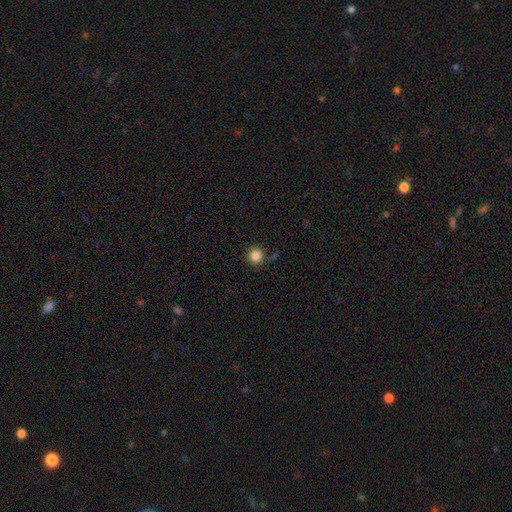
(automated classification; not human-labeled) Smooth or featured? smooth (85%)
How rounded? round (93%)
Merging? none (85%)